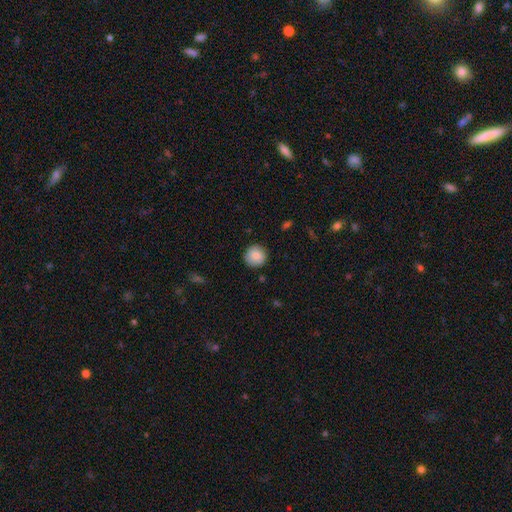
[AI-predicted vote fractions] Smooth or featured: smooth — 84% (featured or disk — 8%)
How rounded: round — 93% (in between — 6%)
Merging: none — 89% (minor disturbance — 8%)